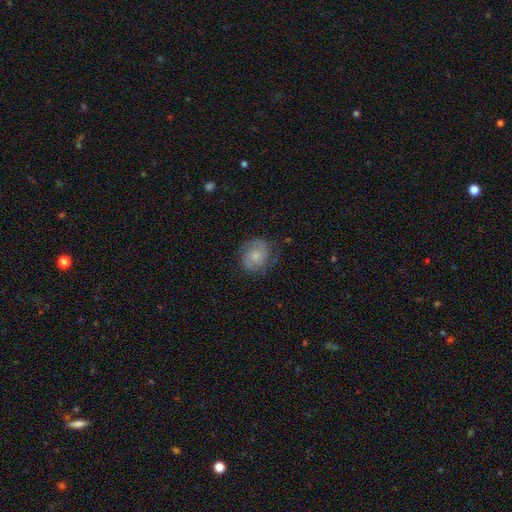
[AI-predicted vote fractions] Smooth or featured?
  - featured or disk: 68% *
  - smooth: 24%
  - star or artifact: 8%
Edge-on disk?
  - no: 98% *
  - yes: 2%
Bar?
  - no: 70% *
  - weak: 26%
  - strong: 4%
Spiral arms?
  - yes: 94% *
  - no: 6%
Spiral winding?
  - tight: 48% *
  - medium: 41%
  - loose: 11%
Spiral arm count?
  - 2: 83% *
  - can't tell: 8%
  - 3: 4%
  - 1: 3%
  - 4: 1%
  - more than 4: 1%
Bulge size?
  - small: 45% *
  - moderate: 37%
  - none: 12%
  - large: 5%
  - dominant: 1%
Merging?
  - none: 77% *
  - minor disturbance: 16%
  - major disturbance: 6%
  - merger: 1%